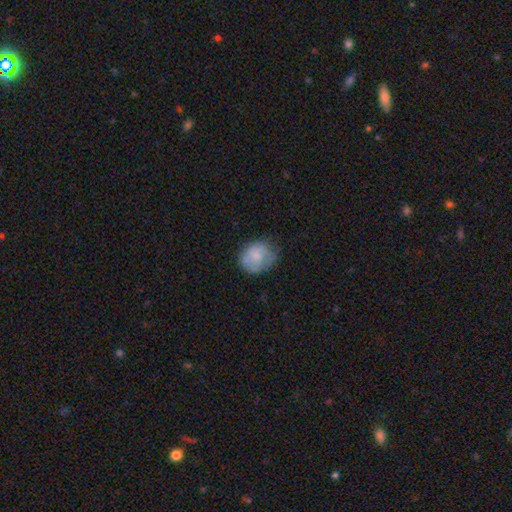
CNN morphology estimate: type=smooth (69%); roundness=round (56%); merging=none (53%).